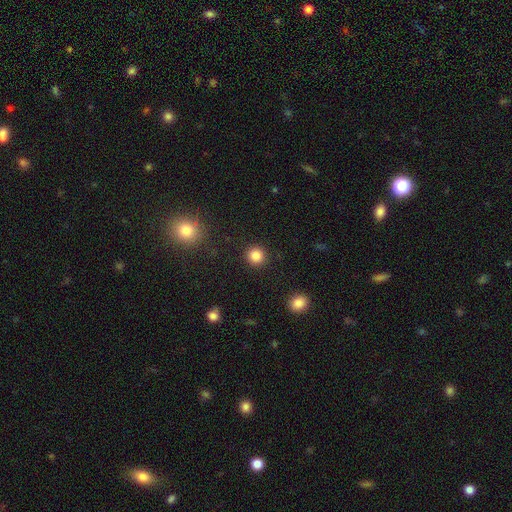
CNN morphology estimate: Smooth or featured: smooth — 85% (star or artifact — 11%)
How rounded: round — 93% (in between — 6%)
Merging: none — 92% (minor disturbance — 5%)